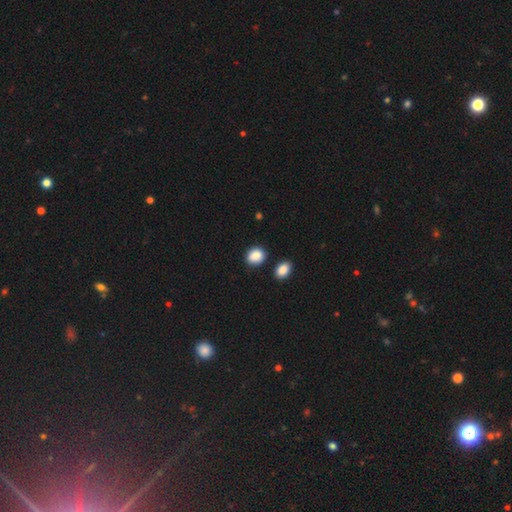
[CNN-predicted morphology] Smooth or featured? smooth (88%)
How rounded? round (57%)
Merging? none (80%)